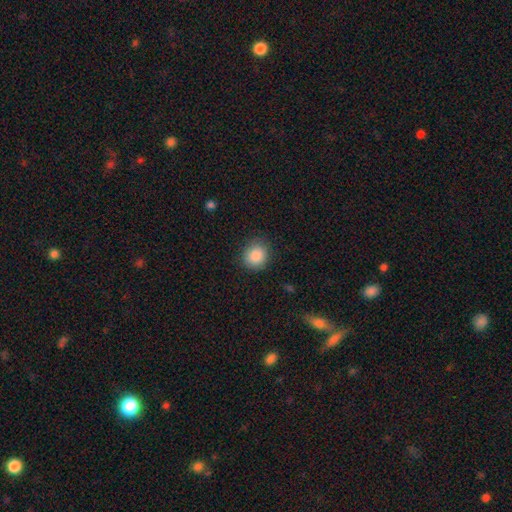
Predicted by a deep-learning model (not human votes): smooth_or_featured: smooth (p=0.87) [alt: star or artifact p=0.08]
how_rounded: round (p=0.81) [alt: in between p=0.18]
merging: none (p=0.86) [alt: minor disturbance p=0.10]